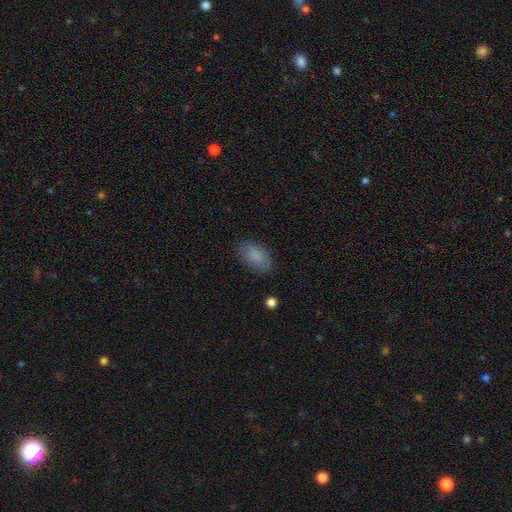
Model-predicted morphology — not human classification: Smooth or featured? Predicted: smooth (p=0.85). How rounded? Predicted: in between (p=0.91). Merging? Predicted: none (p=0.80).